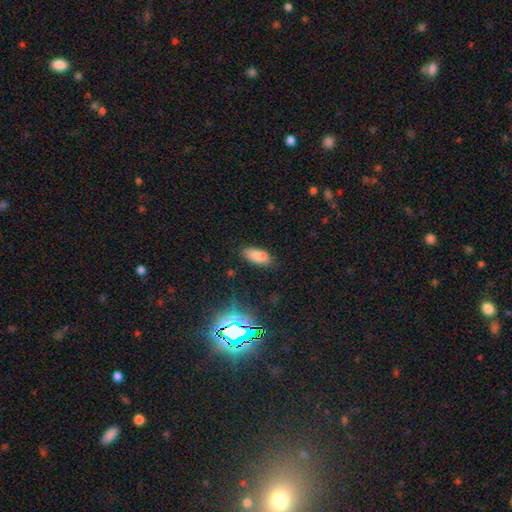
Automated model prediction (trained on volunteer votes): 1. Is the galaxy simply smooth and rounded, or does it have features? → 78% smooth, 13% star or artifact, 9% featured or disk.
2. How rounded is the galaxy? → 83% in between, 14% cigar-shaped, 3% round.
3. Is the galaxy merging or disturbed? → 71% none, 17% minor disturbance, 8% merger, 4% major disturbance.